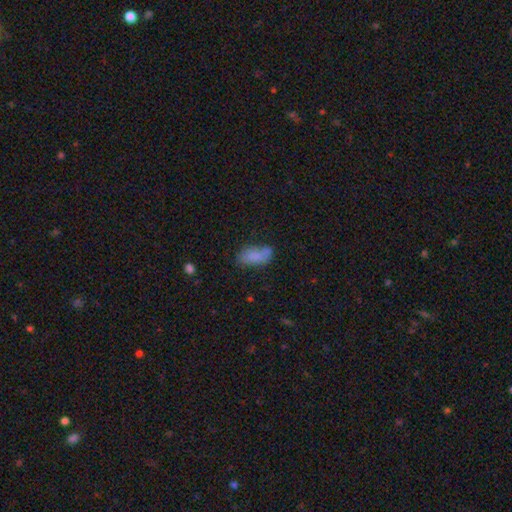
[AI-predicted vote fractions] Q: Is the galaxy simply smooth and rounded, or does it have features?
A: smooth — 79%.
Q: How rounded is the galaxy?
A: in between — 87%.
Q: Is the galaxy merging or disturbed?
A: none — 50%.